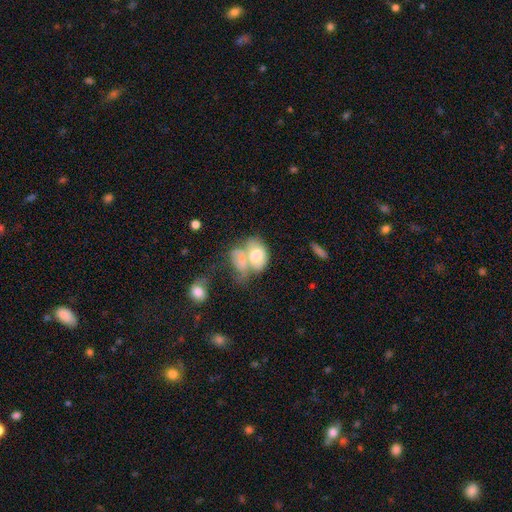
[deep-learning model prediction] Smooth or featured: smooth — 64% (featured or disk — 28%)
How rounded: in between — 77% (round — 22%)
Merging: merger — 63% (none — 15%)